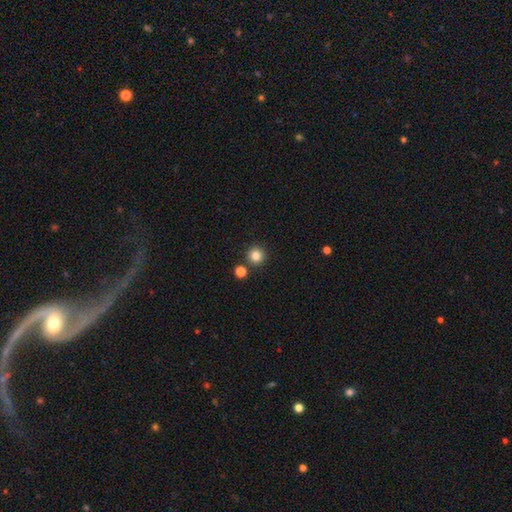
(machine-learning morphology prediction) Overall: smooth (83%). How rounded: round (95%). Merging: none (86%).